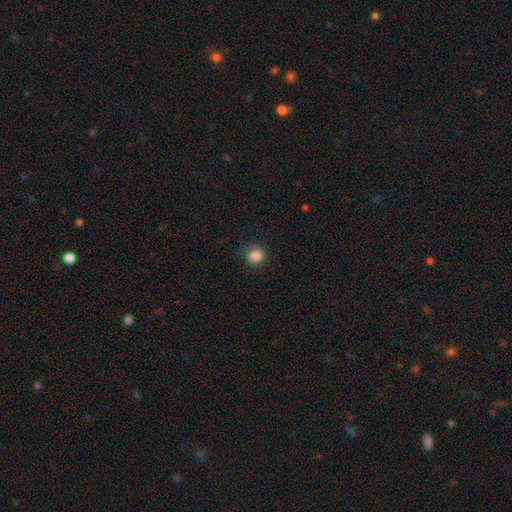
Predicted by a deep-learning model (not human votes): smooth_or_featured: smooth (p=0.83) [alt: star or artifact p=0.10]
how_rounded: round (p=0.84) [alt: in between p=0.15]
merging: none (p=0.75) [alt: minor disturbance p=0.17]